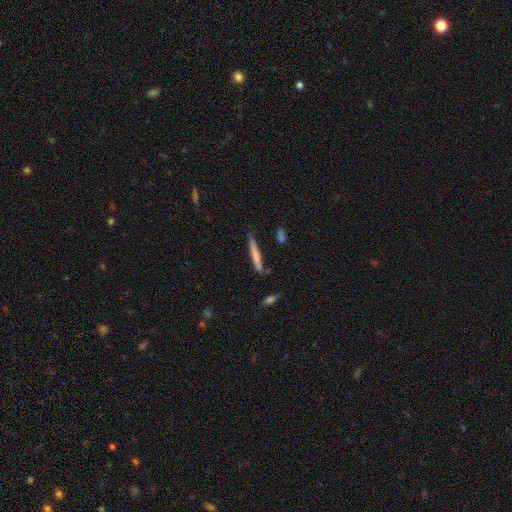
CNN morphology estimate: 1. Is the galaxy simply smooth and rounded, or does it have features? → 68% smooth, 26% featured or disk, 6% star or artifact.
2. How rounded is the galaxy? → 95% cigar-shaped, 4% in between, 1% round.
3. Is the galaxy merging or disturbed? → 79% none, 15% minor disturbance, 3% merger, 2% major disturbance.